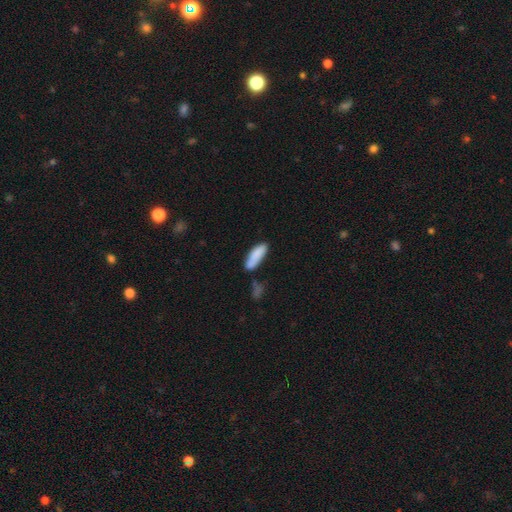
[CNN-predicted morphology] smooth 86%, featured or disk 8%, star or artifact 6%. Down the decision tree: how rounded — in between (55%); merging — none (64%).